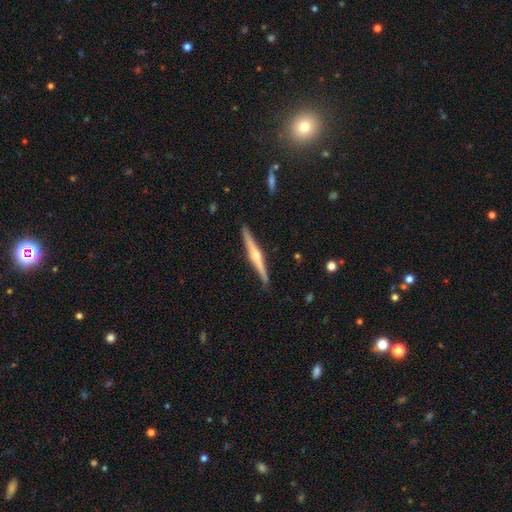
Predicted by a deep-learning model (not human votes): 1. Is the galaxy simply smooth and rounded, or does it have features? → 78% featured or disk, 17% smooth, 5% star or artifact.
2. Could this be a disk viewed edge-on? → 98% yes, 2% no.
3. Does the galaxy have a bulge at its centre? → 92% rounded, 4% none, 3% boxy.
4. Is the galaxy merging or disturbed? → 90% none, 7% minor disturbance, 1% major disturbance, 1% merger.